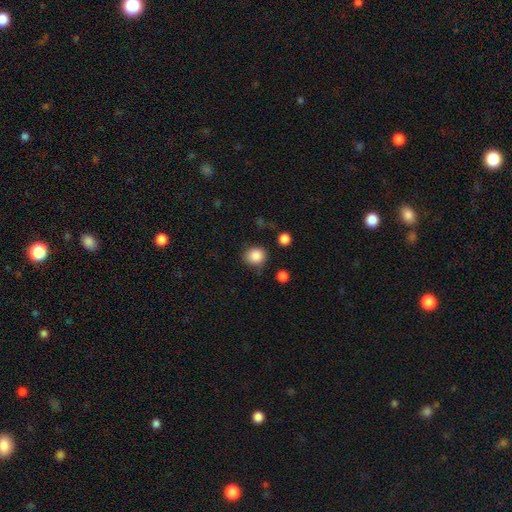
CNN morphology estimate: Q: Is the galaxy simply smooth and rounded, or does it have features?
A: smooth — 87%.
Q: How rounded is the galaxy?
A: round — 81%.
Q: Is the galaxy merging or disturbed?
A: none — 78%.